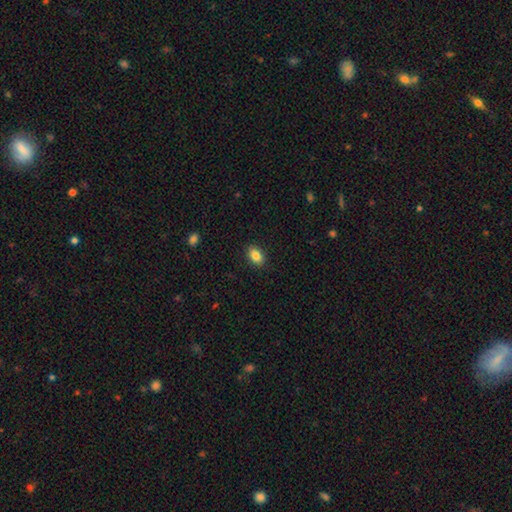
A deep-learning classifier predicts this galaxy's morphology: Smooth or featured: smooth — 85% (star or artifact — 8%)
How rounded: in between — 87% (round — 12%)
Merging: none — 89% (minor disturbance — 8%)